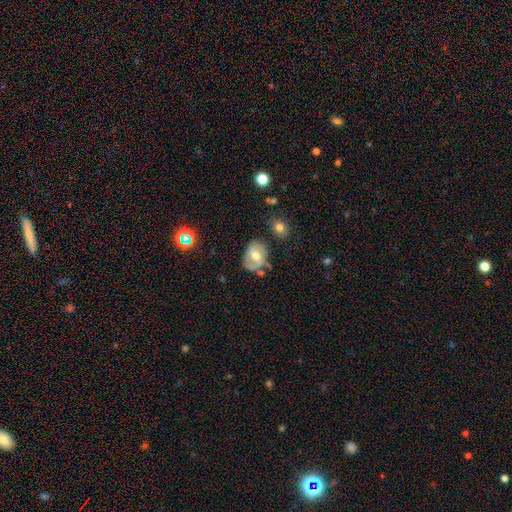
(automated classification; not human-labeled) The model was most divided on "smooth or featured": smooth: 46%, featured or disk: 44%, star or artifact: 9%. Remaining: merging — none (44%).